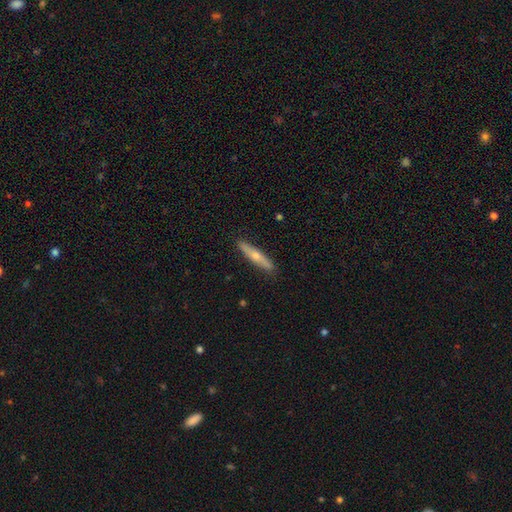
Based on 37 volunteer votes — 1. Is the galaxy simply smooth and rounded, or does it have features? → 51% featured or disk, 43% smooth, 5% star or artifact.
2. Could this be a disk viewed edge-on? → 84% yes, 16% no.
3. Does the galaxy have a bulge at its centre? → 94% rounded, 6% boxy, 0% none.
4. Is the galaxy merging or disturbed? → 89% none, 9% minor disturbance, 3% merger, 0% major disturbance.